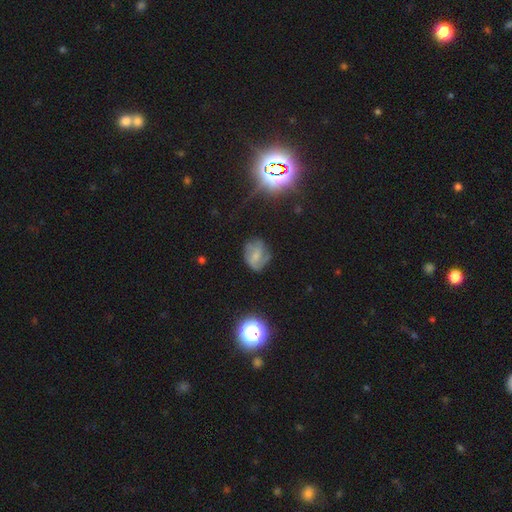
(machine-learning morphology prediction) This is possibly a featured or disk galaxy (45%). Merging: possibly none (58%).